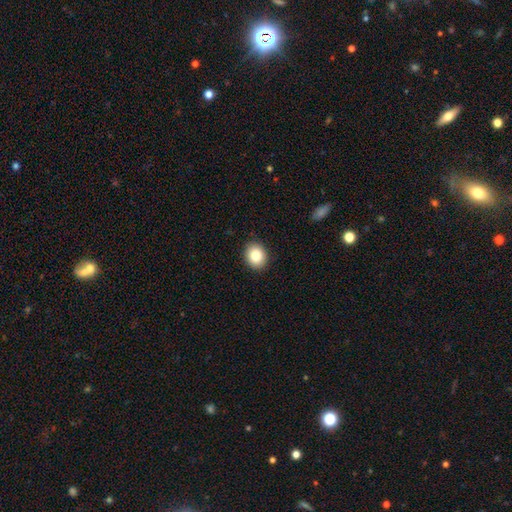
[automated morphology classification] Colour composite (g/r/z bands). It shows a smooth galaxy with no disk features (84%) that is round (66%). Merging: none (91%).